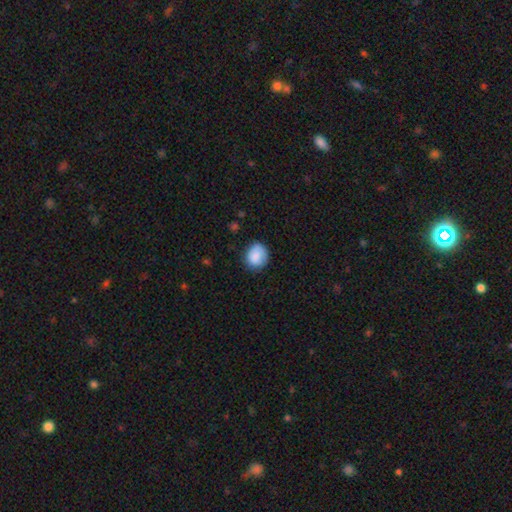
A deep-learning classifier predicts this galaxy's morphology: Overall: smooth (86%). How rounded: round (72%). Merging: none (76%).